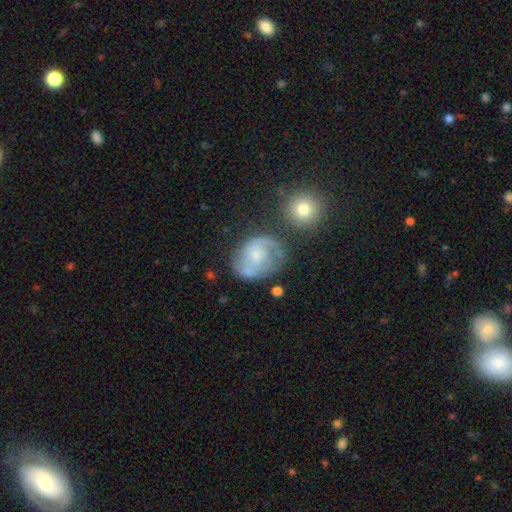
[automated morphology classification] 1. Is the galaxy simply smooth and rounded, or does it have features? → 70% featured or disk, 23% smooth, 7% star or artifact.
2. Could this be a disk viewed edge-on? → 98% no, 2% yes.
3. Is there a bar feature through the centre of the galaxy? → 60% no, 35% weak, 5% strong.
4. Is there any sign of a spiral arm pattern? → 88% yes, 12% no.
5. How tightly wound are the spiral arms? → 46% medium, 33% tight, 20% loose.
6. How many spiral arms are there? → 62% 2, 18% can't tell, 8% 1, 7% 3, 2% 4, 2% more than 4.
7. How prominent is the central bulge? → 58% small, 28% moderate, 10% none, 2% large, 1% dominant.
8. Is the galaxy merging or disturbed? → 57% none, 23% minor disturbance, 13% major disturbance, 7% merger.